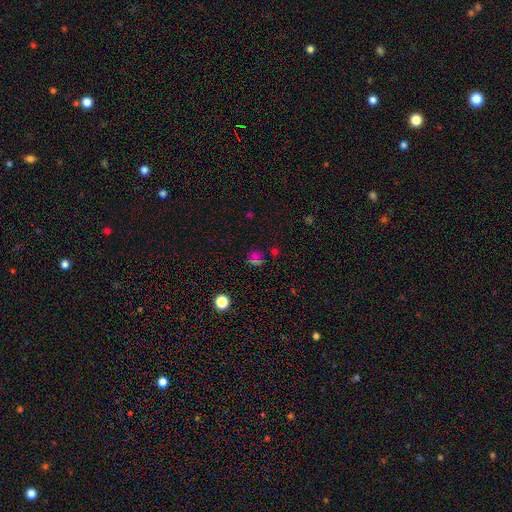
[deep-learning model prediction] Smooth or featured? Predicted: smooth (p=0.52). How rounded? Predicted: round (p=0.87). Merging? Predicted: none (p=0.79).